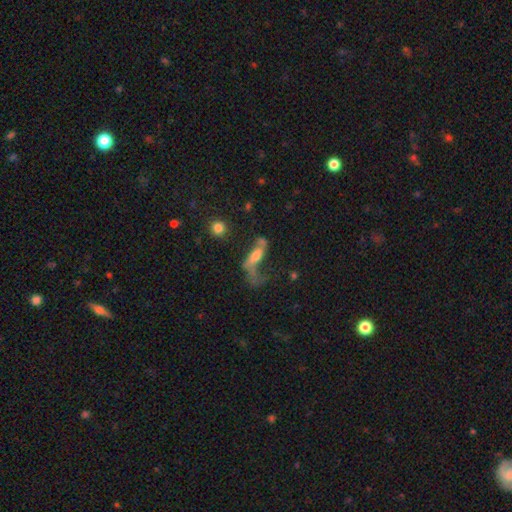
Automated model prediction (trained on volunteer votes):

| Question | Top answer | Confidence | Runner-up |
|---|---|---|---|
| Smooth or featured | featured or disk | 53% | smooth (36%) |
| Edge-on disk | no | 73% | yes (27%) |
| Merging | major disturbance | 47% | none (24%) |